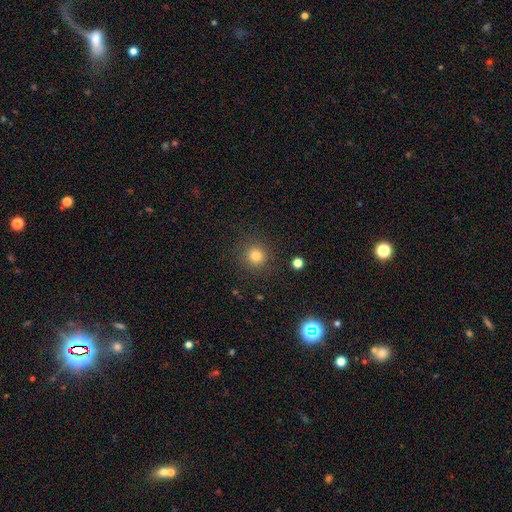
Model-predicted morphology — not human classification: A smooth galaxy with no disk features (81%) that is round (94%).

Vote fractions:
- Smooth or featured? smooth: 81% / star or artifact: 13% / featured or disk: 6%
- How rounded? round: 94% / in between: 5% / cigar-shaped: 1%
- Merging? none: 88% / minor disturbance: 7% / major disturbance: 3% / merger: 2%